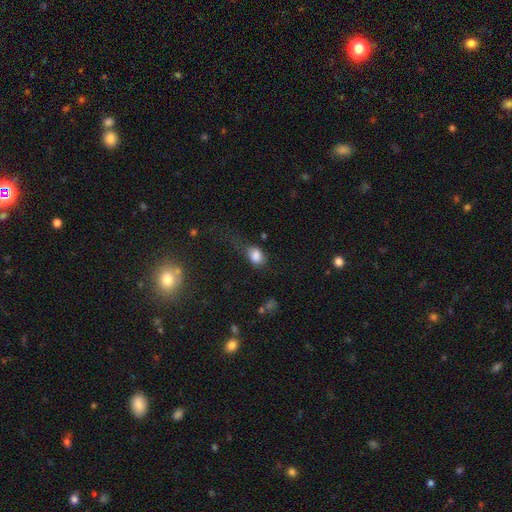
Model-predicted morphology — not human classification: Smooth or featured?
  - smooth: 82% *
  - star or artifact: 10%
  - featured or disk: 7%
How rounded?
  - in between: 71% *
  - round: 27%
  - cigar-shaped: 2%
Merging?
  - none: 37% *
  - major disturbance: 29%
  - minor disturbance: 29%
  - merger: 5%